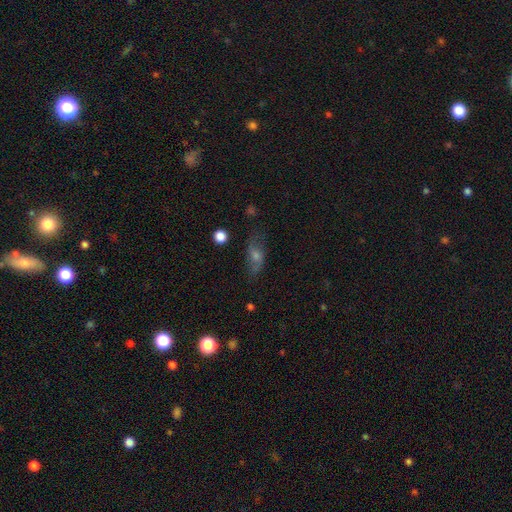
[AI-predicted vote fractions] The model was most divided on "smooth or featured": featured or disk: 44%, smooth: 39%, star or artifact: 17%. More confident: merging — none (69%).